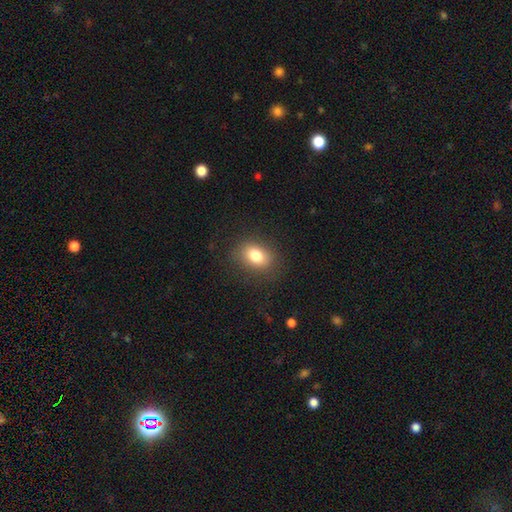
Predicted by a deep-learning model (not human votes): Smooth or featured?
  - smooth: 81% *
  - star or artifact: 10%
  - featured or disk: 9%
How rounded?
  - in between: 71% *
  - round: 28%
  - cigar-shaped: 1%
Merging?
  - none: 84% *
  - minor disturbance: 11%
  - major disturbance: 4%
  - merger: 1%